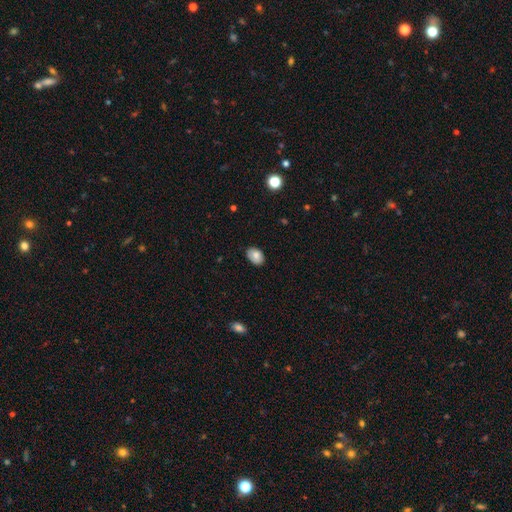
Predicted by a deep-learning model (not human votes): Overall: smooth (82%). How rounded: in between (83%). Merging: none (81%).